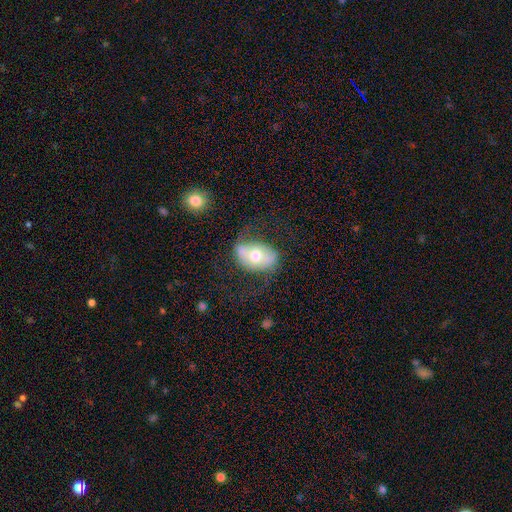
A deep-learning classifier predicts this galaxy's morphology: A featured or disk galaxy (55%) with no bar (45%), spiral arms (64%) and a moderate central bulge (72%).

Vote fractions:
- Smooth or featured? featured or disk: 55% / smooth: 38% / star or artifact: 7%
- Edge-on disk? no: 92% / yes: 8%
- Bar? no: 45% / weak: 30% / strong: 25%
- Spiral arms? yes: 64% / no: 36%
- Bulge size? moderate: 72% / small: 14% / large: 11% / dominant: 2% / none: 1%
- Merging? none: 53% / minor disturbance: 24% / major disturbance: 19% / merger: 3%